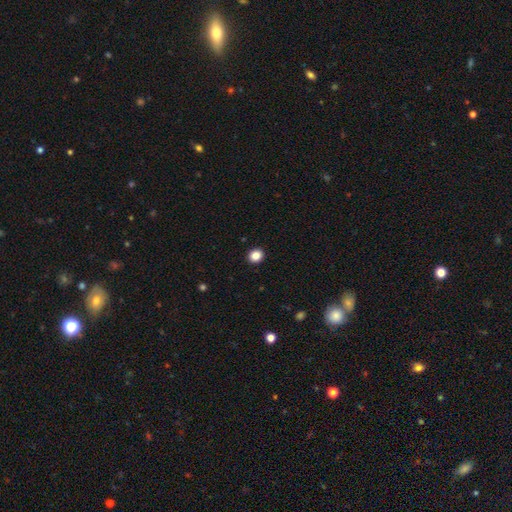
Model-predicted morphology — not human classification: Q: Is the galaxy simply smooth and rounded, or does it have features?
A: smooth — 86%.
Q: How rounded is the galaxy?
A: round — 76%.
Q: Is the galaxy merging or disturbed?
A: none — 93%.